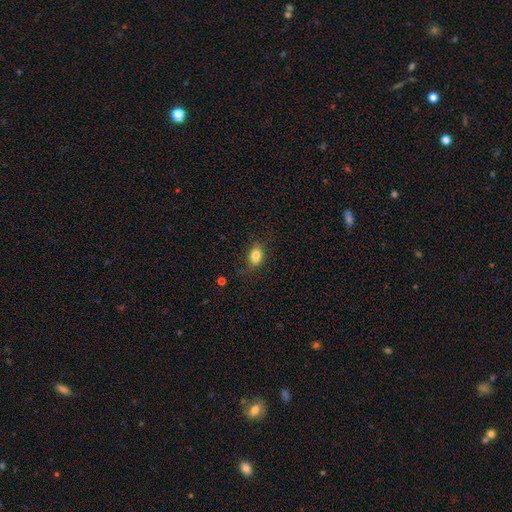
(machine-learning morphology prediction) smooth_or_featured: smooth (p=0.82) [alt: star or artifact p=0.10]
how_rounded: in between (p=0.81) [alt: round p=0.16]
merging: none (p=0.73) [alt: minor disturbance p=0.19]